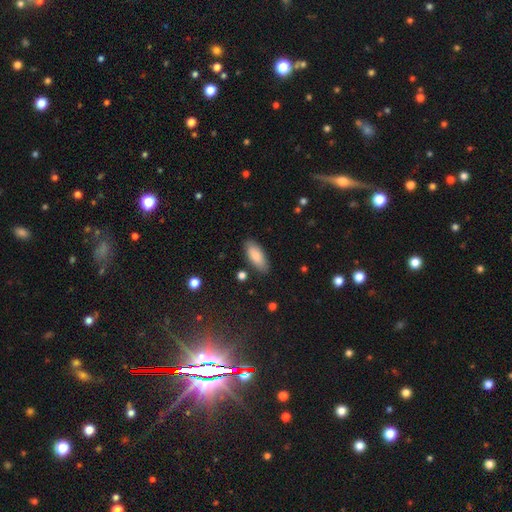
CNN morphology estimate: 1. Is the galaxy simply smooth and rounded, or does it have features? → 83% smooth, 11% featured or disk, 6% star or artifact.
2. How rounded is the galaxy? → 81% in between, 17% cigar-shaped, 2% round.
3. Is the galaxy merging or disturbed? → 85% none, 11% minor disturbance, 2% major disturbance, 2% merger.